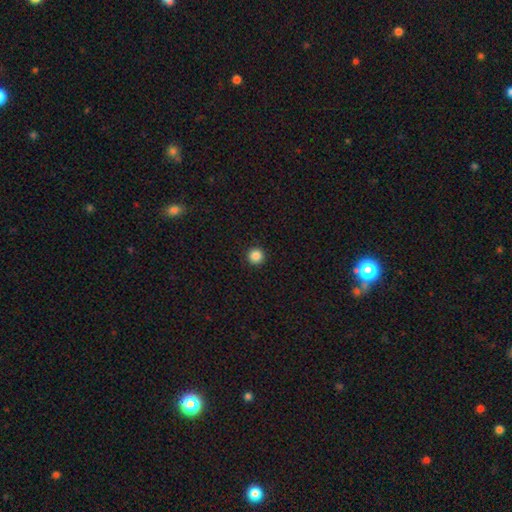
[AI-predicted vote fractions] Smooth or featured?
  - smooth: 87% *
  - star or artifact: 10%
  - featured or disk: 3%
How rounded?
  - round: 96% *
  - in between: 3%
  - cigar-shaped: 1%
Merging?
  - none: 93% *
  - minor disturbance: 4%
  - major disturbance: 2%
  - merger: 1%